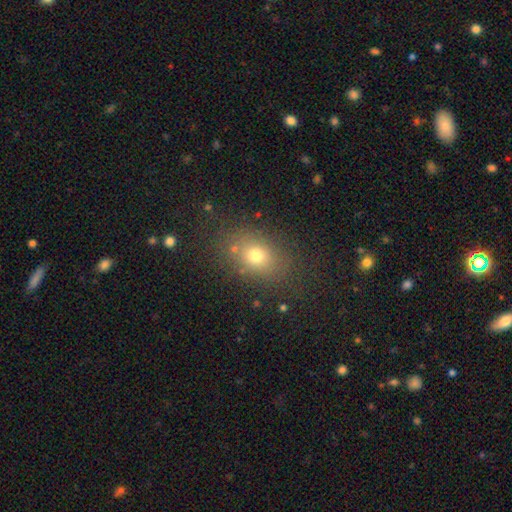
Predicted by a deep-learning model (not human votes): smooth 72%, star or artifact 16%, featured or disk 12%. Down the decision tree: how rounded — in between (64%); merging — none (78%).